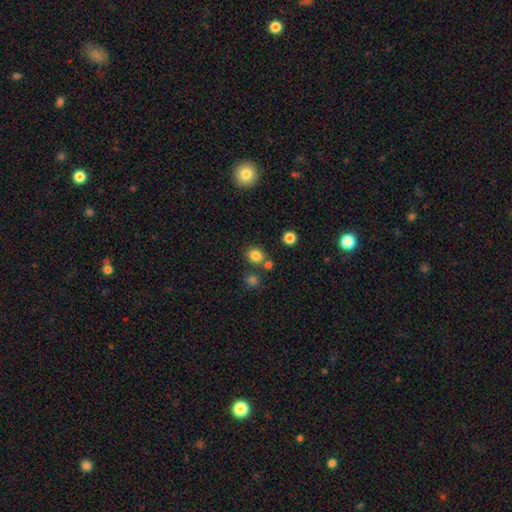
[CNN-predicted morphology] This is clearly a smooth galaxy (82%). How rounded: clearly round (83%). Merging: likely none (76%).